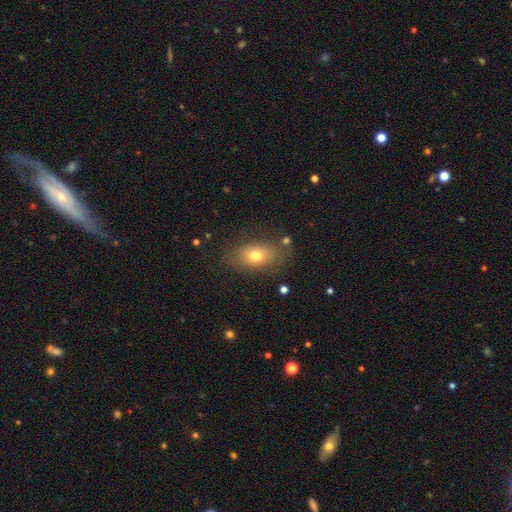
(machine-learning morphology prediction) smooth 73%, featured or disk 17%, star or artifact 11%. Down the decision tree: how rounded — in between (80%); merging — none (76%).